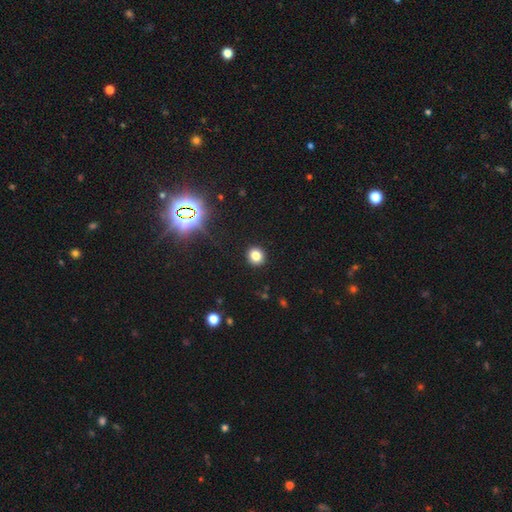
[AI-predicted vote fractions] Q: Smooth or featured?
A: smooth (80%); runner-up: star or artifact (14%)
Q: How rounded?
A: round (86%); runner-up: in between (13%)
Q: Merging?
A: none (92%); runner-up: minor disturbance (5%)